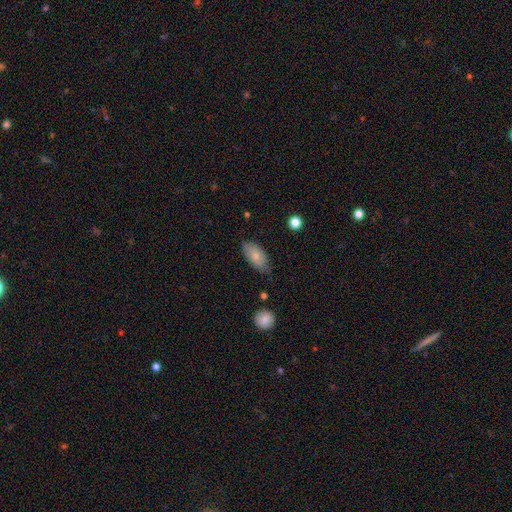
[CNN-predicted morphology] This is likely a smooth galaxy (78%). How rounded: clearly in between (92%). Merging: likely none (70%).